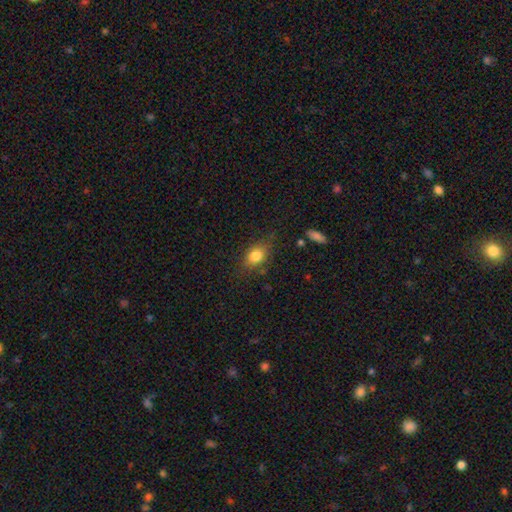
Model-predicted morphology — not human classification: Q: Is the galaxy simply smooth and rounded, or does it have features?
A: smooth — 82%.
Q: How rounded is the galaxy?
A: in between — 71%.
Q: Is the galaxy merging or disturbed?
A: none — 75%.